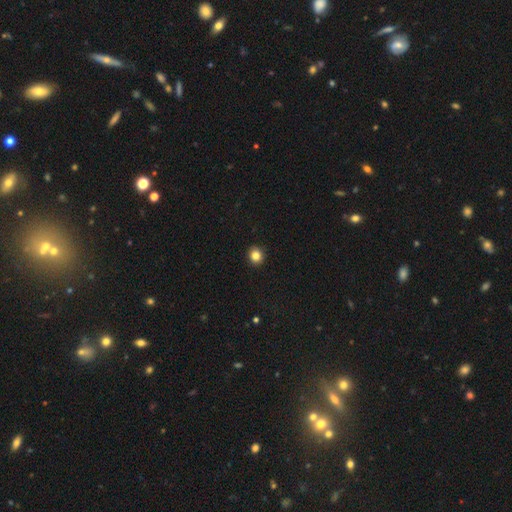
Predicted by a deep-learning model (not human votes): Morphology: type=smooth (84%); roundness=round (87%); merging=none (93%).